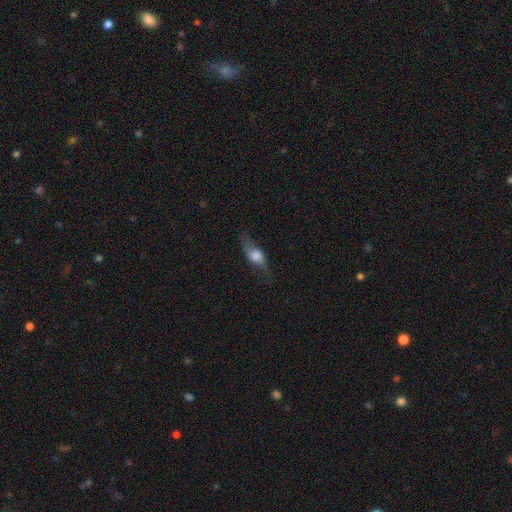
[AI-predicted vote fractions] Morphology: type=featured or disk (47%); merging=none (65%).